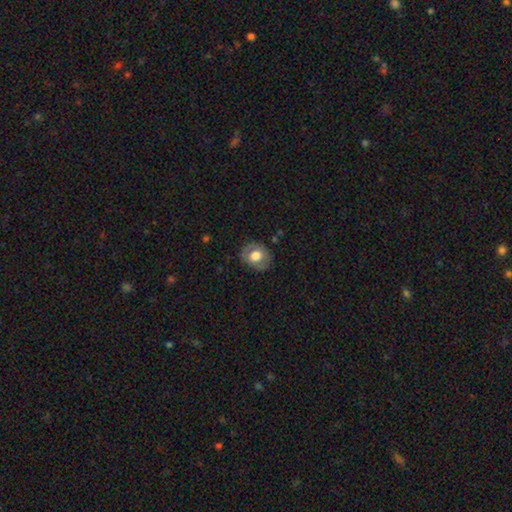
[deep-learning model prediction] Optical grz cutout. It shows a smooth galaxy with no disk features (61%) that is round (62%). Merging: none (81%).